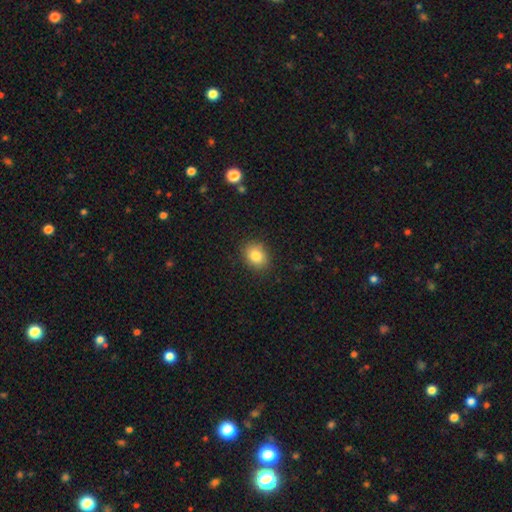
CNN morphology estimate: Smooth or featured?
  - smooth: 84% *
  - star or artifact: 9%
  - featured or disk: 6%
How rounded?
  - round: 50% *
  - in between: 49%
  - cigar-shaped: 1%
Merging?
  - none: 87% *
  - minor disturbance: 9%
  - major disturbance: 2%
  - merger: 1%